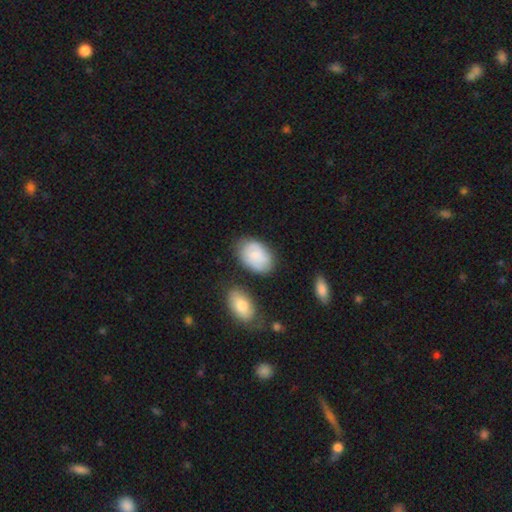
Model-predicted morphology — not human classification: This appears to be a smooth galaxy with no disk features (65%) that is in between round and cigar-shaped (85%). Merging: none (71%).